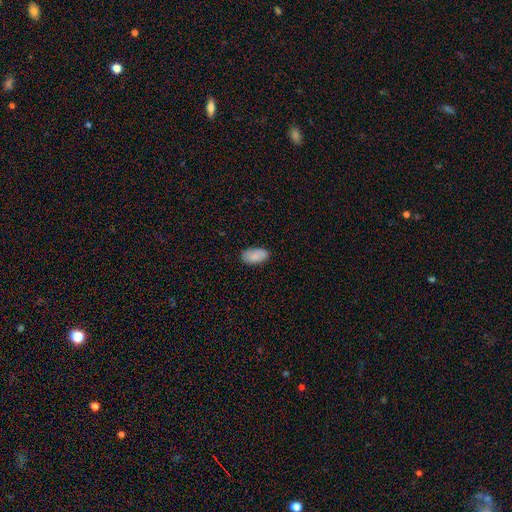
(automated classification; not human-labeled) Smooth or featured? smooth (87%)
How rounded? in between (95%)
Merging? none (83%)